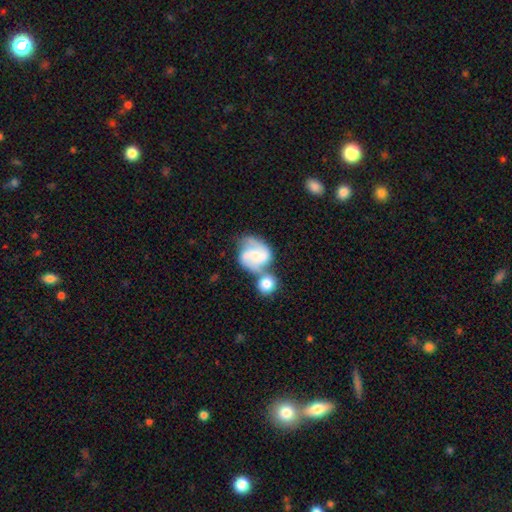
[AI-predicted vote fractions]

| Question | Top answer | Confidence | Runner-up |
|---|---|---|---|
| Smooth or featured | featured or disk | 70% | smooth (23%) |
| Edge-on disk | no | 98% | yes (2%) |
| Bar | no | 54% | weak (36%) |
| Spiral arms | yes | 90% | no (10%) |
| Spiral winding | medium | 49% | loose (26%) |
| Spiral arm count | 2 | 70% | can't tell (11%) |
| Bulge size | small | 50% | moderate (26%) |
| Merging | merger | 43% | none (31%) |